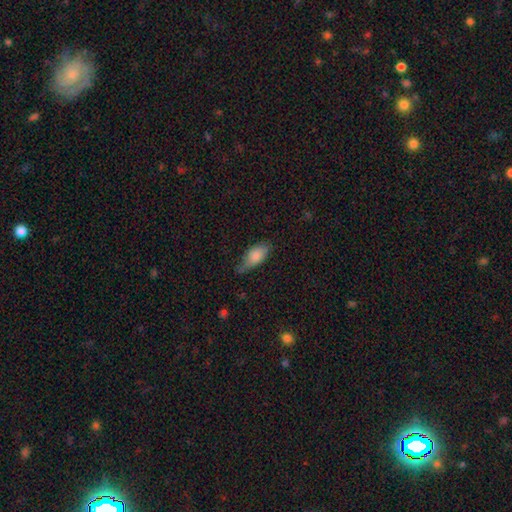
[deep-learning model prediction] A smooth galaxy with no disk features (80%) that is in between round and cigar-shaped (86%). Merging: none (46%).